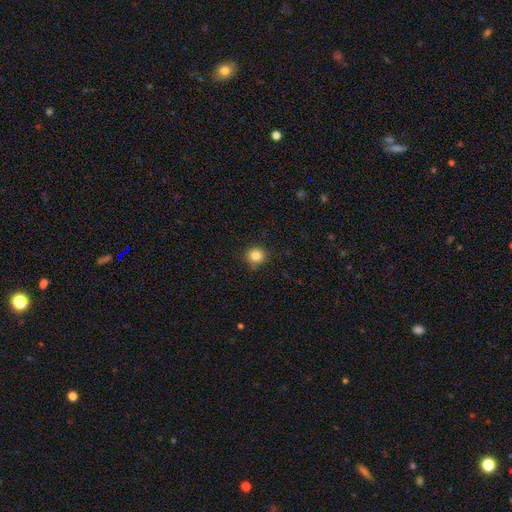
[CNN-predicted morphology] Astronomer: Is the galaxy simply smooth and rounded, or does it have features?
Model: smooth — 85%.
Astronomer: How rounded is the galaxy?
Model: round — 90%.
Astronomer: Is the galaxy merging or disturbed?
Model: none — 89%.